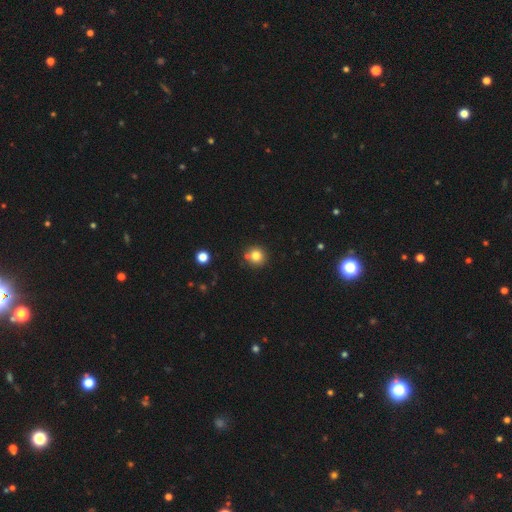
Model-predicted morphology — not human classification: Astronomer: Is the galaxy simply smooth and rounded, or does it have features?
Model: smooth — 80%.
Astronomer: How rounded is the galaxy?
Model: round — 91%.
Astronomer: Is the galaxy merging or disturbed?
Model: none — 77%.